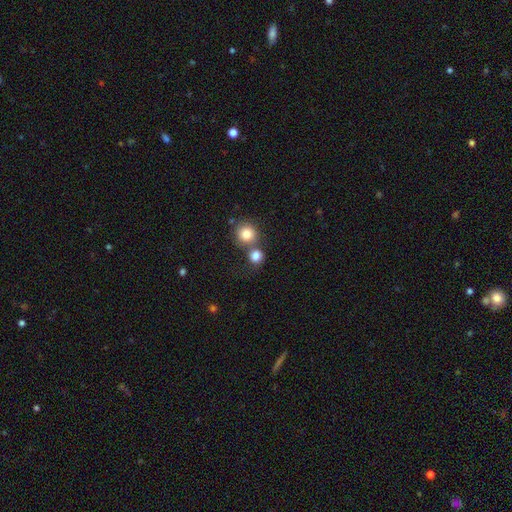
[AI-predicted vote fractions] Morphology: type=smooth (81%); roundness=round (85%); merging=none (49%).